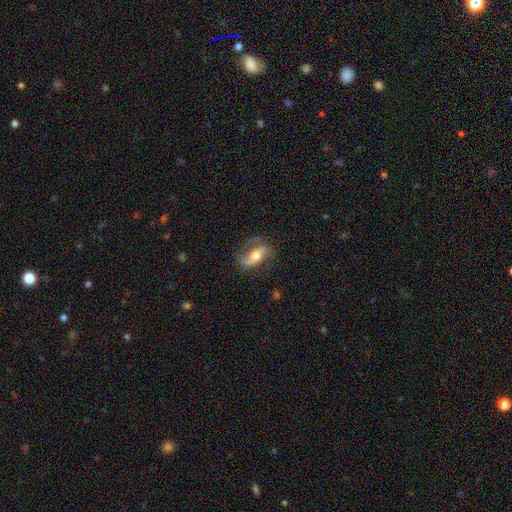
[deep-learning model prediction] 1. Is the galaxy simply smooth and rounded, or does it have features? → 68% featured or disk, 25% smooth, 7% star or artifact.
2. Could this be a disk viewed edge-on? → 87% no, 13% yes.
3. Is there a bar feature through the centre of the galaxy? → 40% strong, 32% no, 28% weak.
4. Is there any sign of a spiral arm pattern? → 84% yes, 16% no.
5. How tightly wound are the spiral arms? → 52% loose, 34% medium, 14% tight.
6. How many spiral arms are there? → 82% 2, 9% 1, 6% can't tell, 1% 3, 1% 4, 1% more than 4.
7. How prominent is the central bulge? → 67% moderate, 20% small, 10% large, 2% none, 1% dominant.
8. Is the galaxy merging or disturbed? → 67% none, 20% minor disturbance, 11% major disturbance, 2% merger.